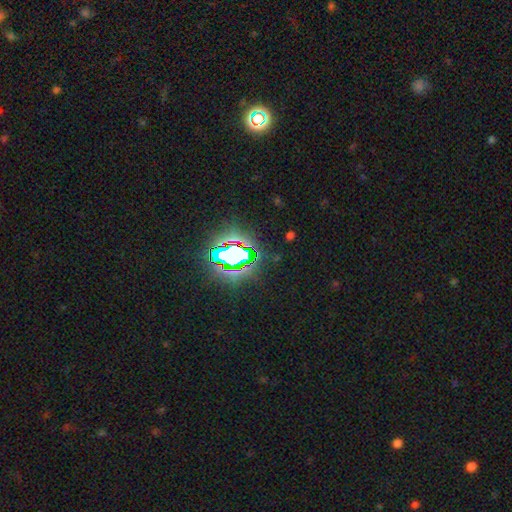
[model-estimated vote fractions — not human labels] star or artifact 76%, smooth 14%, featured or disk 10%.